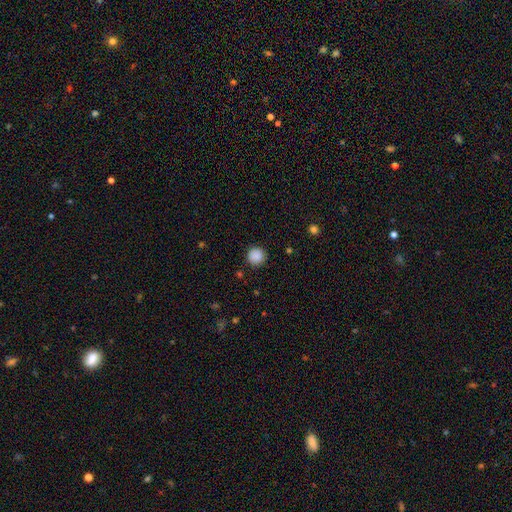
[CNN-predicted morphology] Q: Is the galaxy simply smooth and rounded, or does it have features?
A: smooth — 88%.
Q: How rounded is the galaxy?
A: round — 95%.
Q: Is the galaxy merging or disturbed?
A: none — 90%.